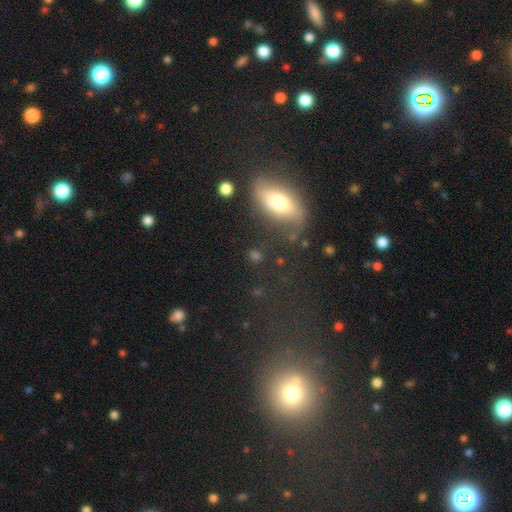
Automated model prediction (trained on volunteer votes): A smooth galaxy with no disk features (57%) that is in between round and cigar-shaped (49%).

Vote fractions:
- Smooth or featured? smooth: 57% / featured or disk: 25% / star or artifact: 18%
- How rounded? in between: 49% / round: 39% / cigar-shaped: 12%
- Merging? none: 67% / minor disturbance: 16% / major disturbance: 10% / merger: 7%